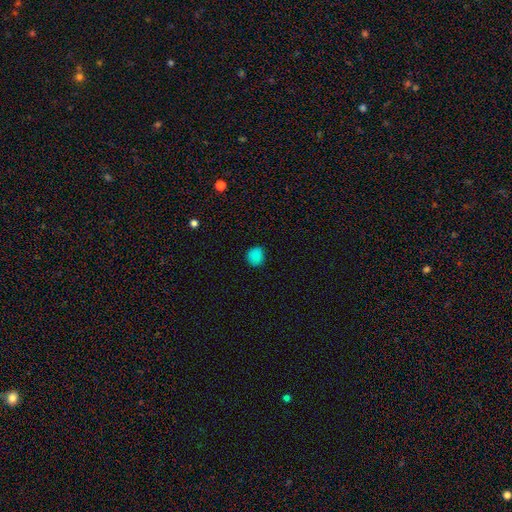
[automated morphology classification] This is clearly a smooth galaxy (83%). How rounded: clearly round (83%). Merging: clearly none (84%).